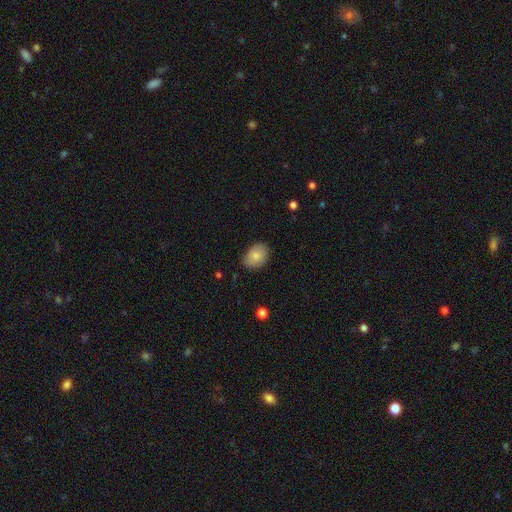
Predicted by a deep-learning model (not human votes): This is clearly a smooth galaxy (82%). How rounded: likely in between (79%). Merging: clearly none (81%).